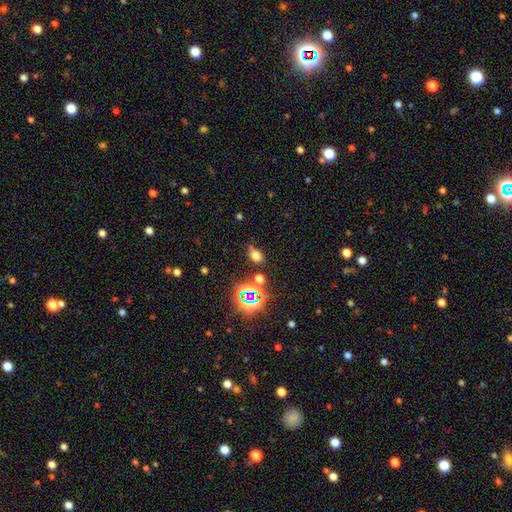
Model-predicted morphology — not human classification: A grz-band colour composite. It shows a smooth galaxy with no disk features (62%) that is in between round and cigar-shaped (75%). Merging: none (70%).